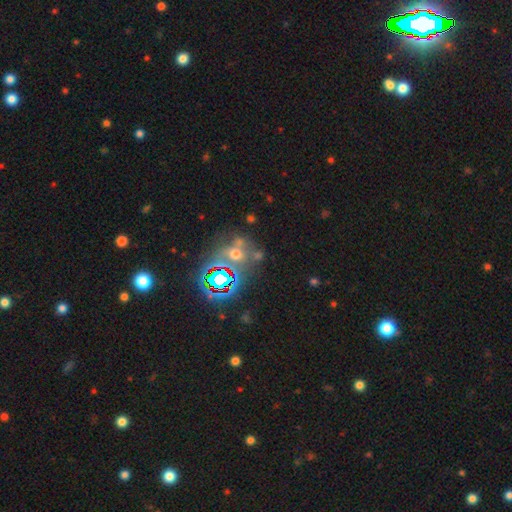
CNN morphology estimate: Smooth or featured: star or artifact — 54% (smooth — 29%)